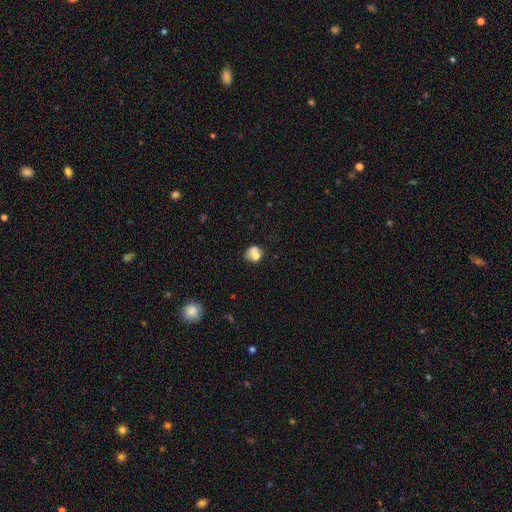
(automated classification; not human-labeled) Smooth or featured: smooth — 69% (featured or disk — 20%)
How rounded: round — 65% (in between — 34%)
Merging: merger — 45% (none — 33%)